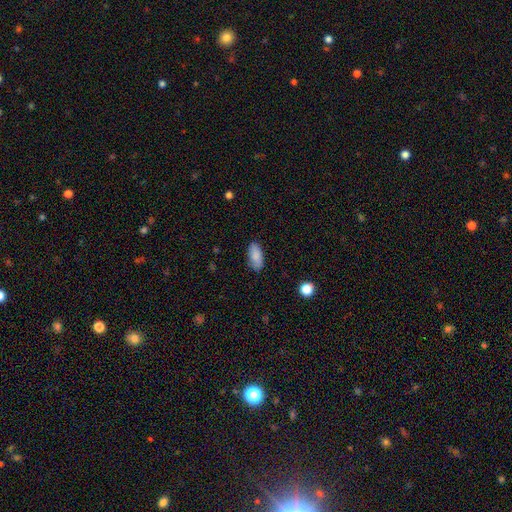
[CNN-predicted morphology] Smooth or featured: smooth — 86% (featured or disk — 7%)
How rounded: in between — 89% (cigar-shaped — 8%)
Merging: none — 82% (minor disturbance — 14%)